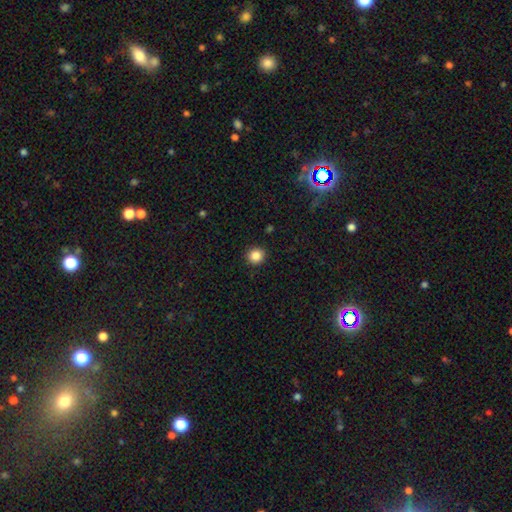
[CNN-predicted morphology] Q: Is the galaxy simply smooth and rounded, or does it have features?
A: smooth — 86%.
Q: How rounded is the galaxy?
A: round — 94%.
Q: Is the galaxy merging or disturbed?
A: none — 92%.